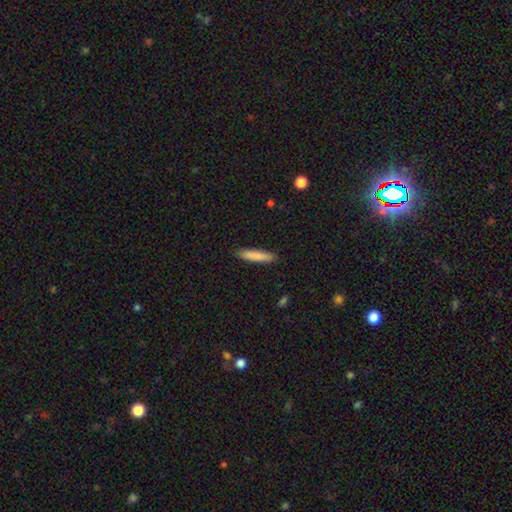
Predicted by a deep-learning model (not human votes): This is clearly a smooth galaxy (84%). How rounded: clearly cigar-shaped (87%). Merging: clearly none (89%).